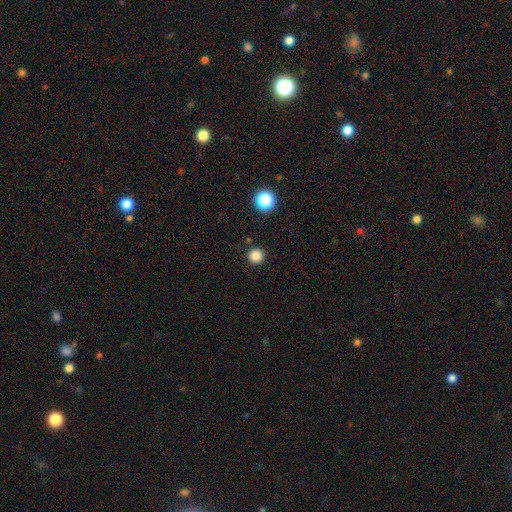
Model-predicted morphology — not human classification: A smooth galaxy with no disk features (84%) that is round (96%).

Vote fractions:
- Smooth or featured? smooth: 84% / star or artifact: 12% / featured or disk: 3%
- How rounded? round: 96% / in between: 3% / cigar-shaped: 1%
- Merging? none: 91% / minor disturbance: 5% / major disturbance: 2% / merger: 2%